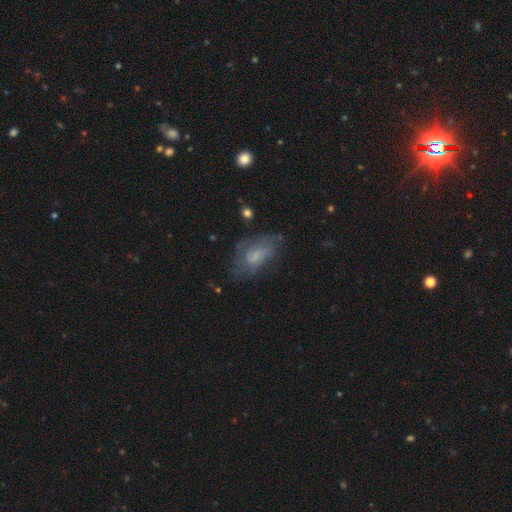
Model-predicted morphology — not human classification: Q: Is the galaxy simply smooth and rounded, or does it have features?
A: featured or disk — 54%.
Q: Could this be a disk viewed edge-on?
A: no — 95%.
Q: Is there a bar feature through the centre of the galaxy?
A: no — 62%.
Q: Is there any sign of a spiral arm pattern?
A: yes — 69%.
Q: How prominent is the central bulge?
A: small — 58%.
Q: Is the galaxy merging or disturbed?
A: none — 53%.